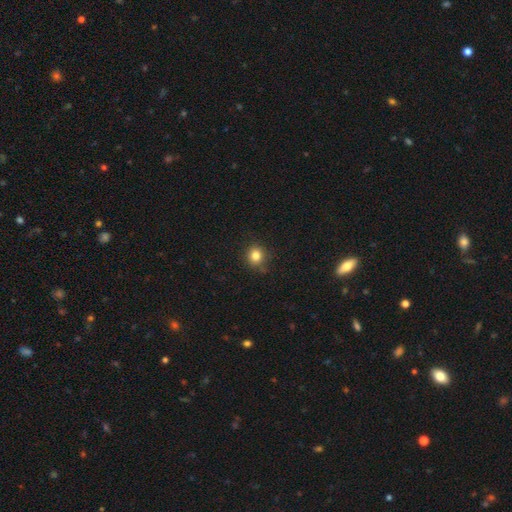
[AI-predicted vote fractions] Smooth or featured: smooth — 82% (star or artifact — 13%)
How rounded: round — 86% (in between — 13%)
Merging: none — 82% (minor disturbance — 14%)